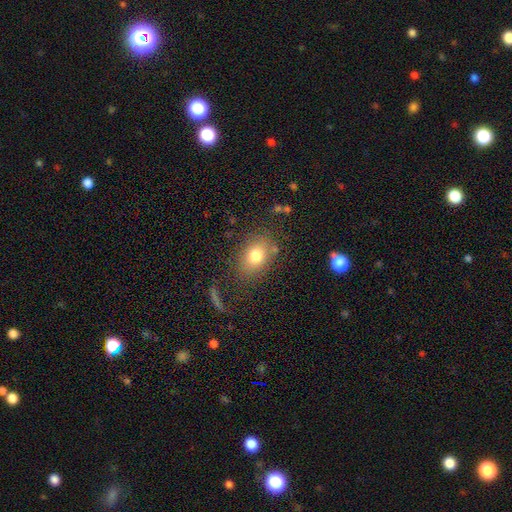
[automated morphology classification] Smooth or featured? Predicted: smooth (p=0.77). How rounded? Predicted: in between (p=0.71). Merging? Predicted: none (p=0.77).